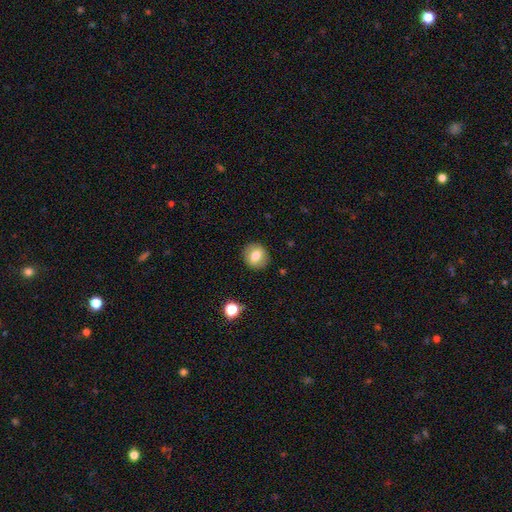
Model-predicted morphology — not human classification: This appears to be a smooth galaxy with no disk features (73%) that is round (80%). Merging: none (87%).